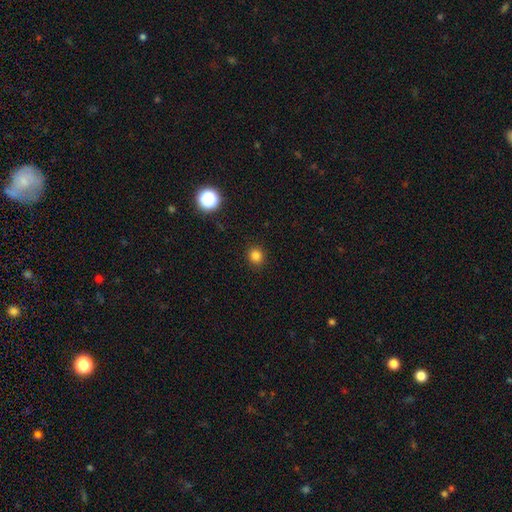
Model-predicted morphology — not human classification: This appears to be a smooth galaxy with no disk features (82%) that is round (85%). Merging: none (91%).